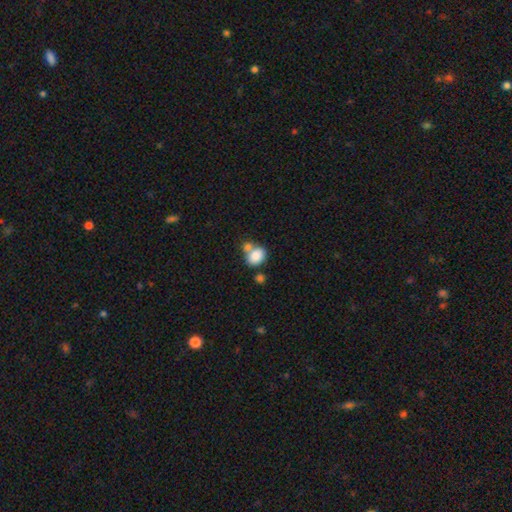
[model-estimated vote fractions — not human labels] Smooth or featured? Predicted: smooth (p=0.84). How rounded? Predicted: in between (p=0.60). Merging? Predicted: merger (p=0.43).